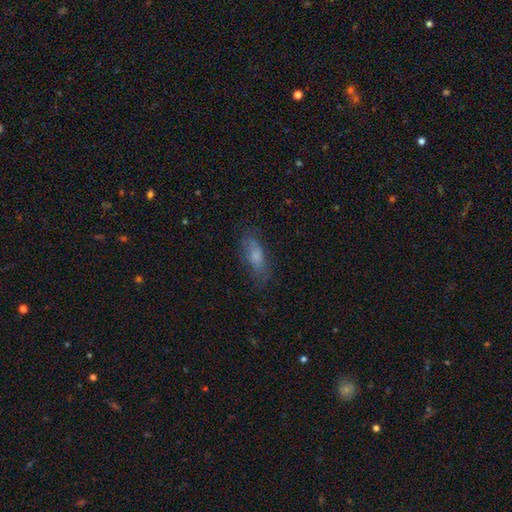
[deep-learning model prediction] Overall: smooth (69%). How rounded: in between (67%; cigar-shaped 30%). Merging: none (70%).